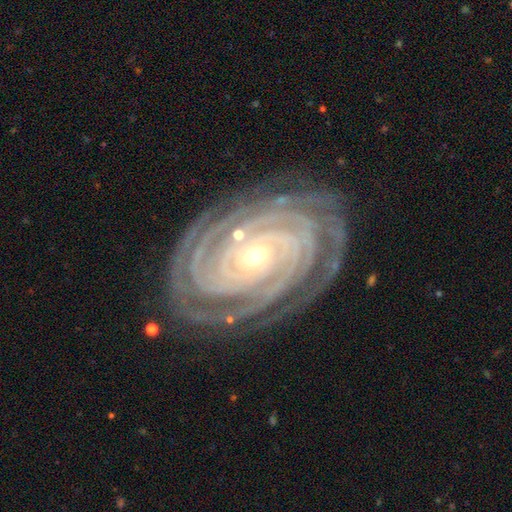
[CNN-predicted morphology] Smooth or featured? featured or disk (92%)
Edge-on disk? no (96%)
Bar? no (66%)
Spiral arms? yes (99%)
Spiral winding? tight (90%)
Spiral arm count? 4 (25%)
Bulge size? small (73%)
Merging? none (81%)